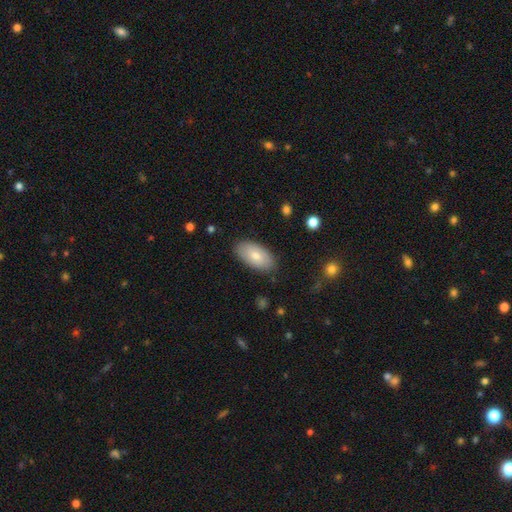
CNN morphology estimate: Smooth or featured? smooth (73%)
How rounded? in between (95%)
Merging? none (84%)